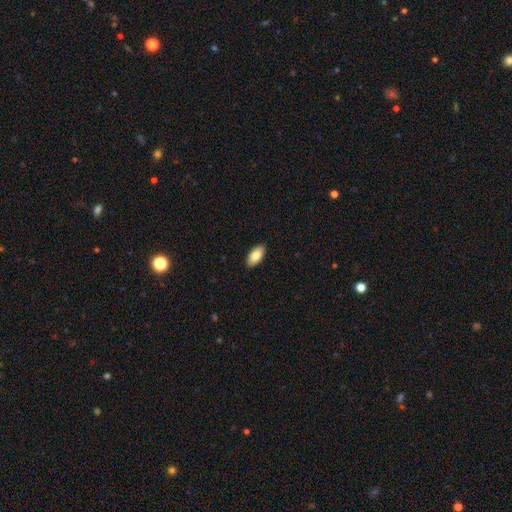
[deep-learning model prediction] Overall: smooth (83%). How rounded: in between (94%). Merging: none (91%).